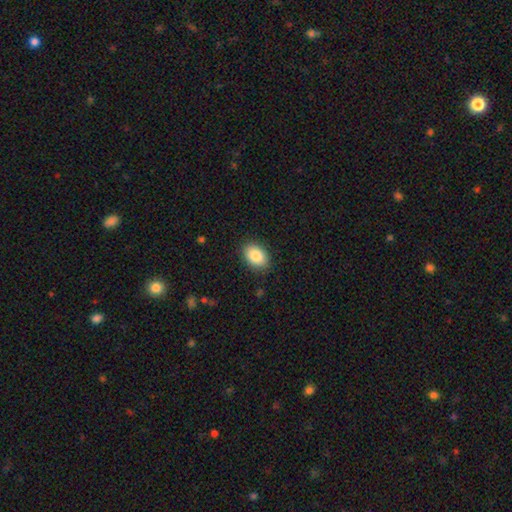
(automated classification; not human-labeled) Smooth or featured? Predicted: smooth (p=0.85). How rounded? Predicted: in between (p=0.82). Merging? Predicted: none (p=0.88).